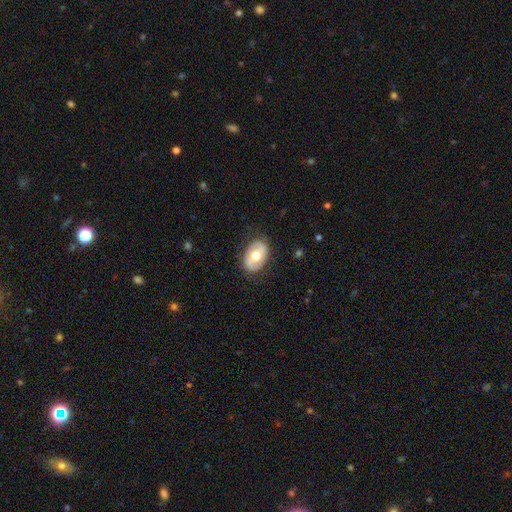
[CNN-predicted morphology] smooth 52%, featured or disk 43%, star or artifact 6%. Down the decision tree: how rounded — in between (83%); merging — none (82%).